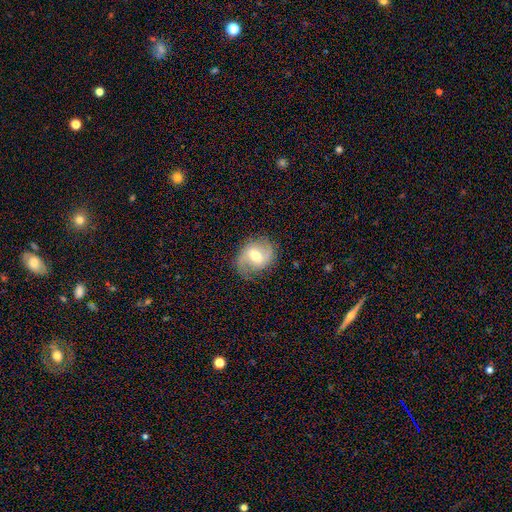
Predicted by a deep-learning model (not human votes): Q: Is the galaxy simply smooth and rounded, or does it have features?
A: featured or disk — 74%.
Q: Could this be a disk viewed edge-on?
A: no — 97%.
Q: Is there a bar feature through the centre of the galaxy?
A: weak — 54%.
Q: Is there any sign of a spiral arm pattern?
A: yes — 90%.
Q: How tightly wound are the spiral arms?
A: medium — 43%.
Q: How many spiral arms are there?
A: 2 — 87%.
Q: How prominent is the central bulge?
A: moderate — 68%.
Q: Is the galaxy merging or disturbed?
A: none — 80%.